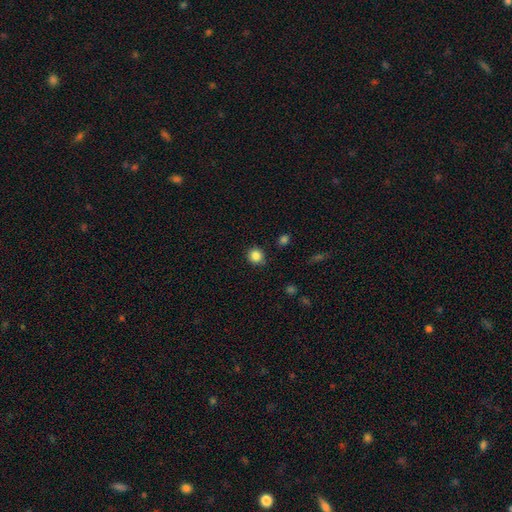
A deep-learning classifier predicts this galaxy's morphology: Smooth or featured? Predicted: smooth (p=0.85). How rounded? Predicted: round (p=0.88). Merging? Predicted: none (p=0.87).